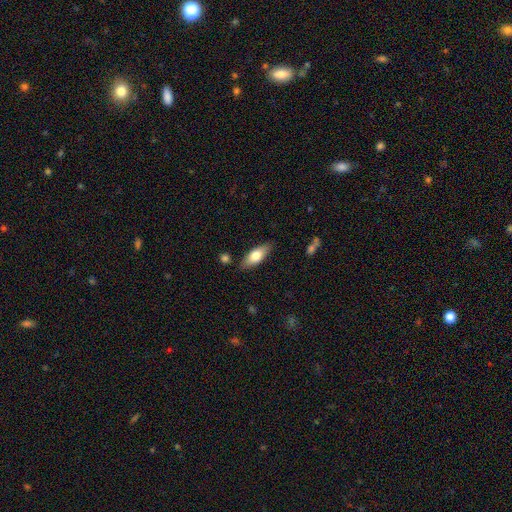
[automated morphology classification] A smooth galaxy with no disk features (71%) that is in between round and cigar-shaped (75%).

Vote fractions:
- Smooth or featured? smooth: 71% / featured or disk: 23% / star or artifact: 6%
- How rounded? in between: 75% / cigar-shaped: 23% / round: 2%
- Merging? none: 84% / minor disturbance: 11% / major disturbance: 2% / merger: 2%